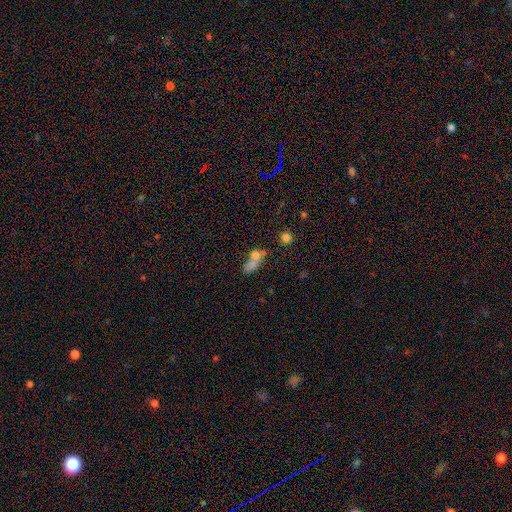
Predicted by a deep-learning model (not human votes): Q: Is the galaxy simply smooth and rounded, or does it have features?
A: smooth — 66%.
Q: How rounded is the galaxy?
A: in between — 56%.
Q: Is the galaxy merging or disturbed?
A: merger — 49%.